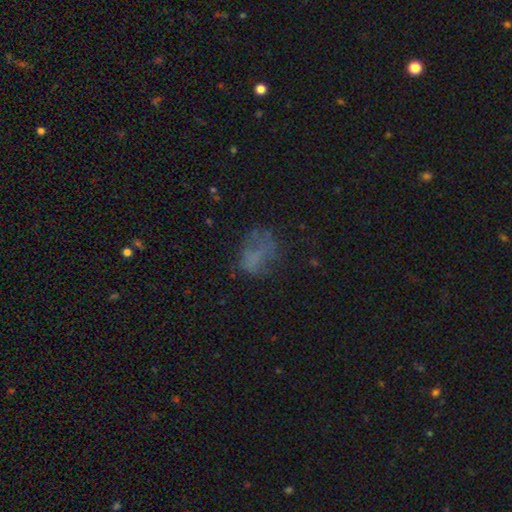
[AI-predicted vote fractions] Smooth or featured: smooth — 52% (featured or disk — 28%)
How rounded: in between — 70% (round — 28%)
Merging: none — 47% (major disturbance — 26%)